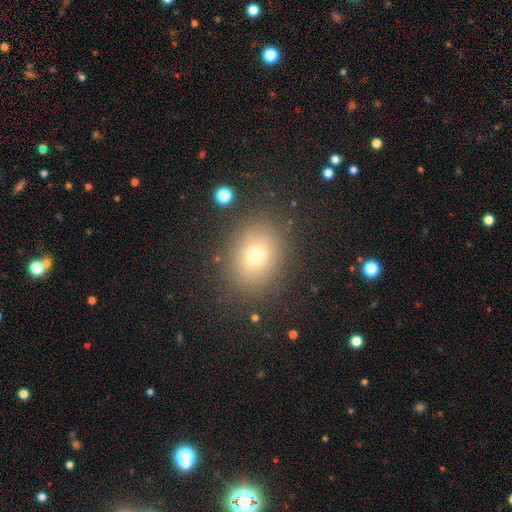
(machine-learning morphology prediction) smooth-or-featured: smooth: 69% | star or artifact: 18% | featured or disk: 13%
  how-rounded: round: 56% | in between: 43% | cigar-shaped: 1%
  merging: none: 85% | minor disturbance: 9% | major disturbance: 4% | merger: 2%